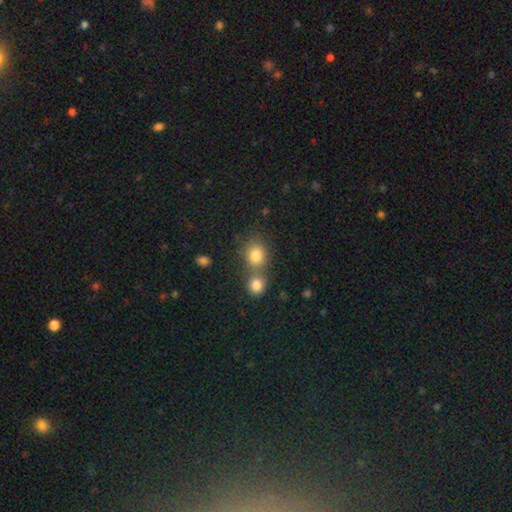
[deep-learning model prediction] smooth-or-featured: smooth: 81% | star or artifact: 11% | featured or disk: 7%
  how-rounded: round: 70% | in between: 29% | cigar-shaped: 1%
  merging: none: 46% | merger: 43% | minor disturbance: 8% | major disturbance: 3%